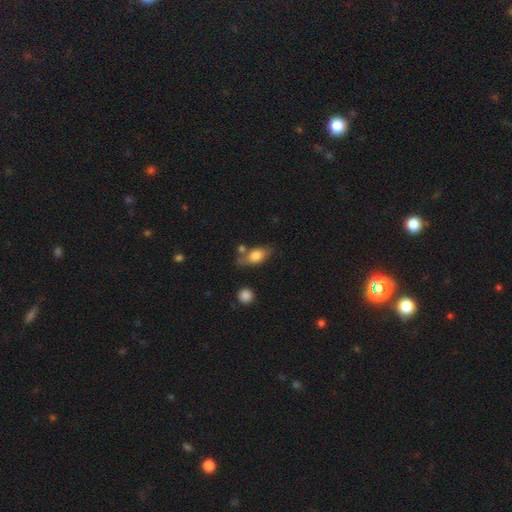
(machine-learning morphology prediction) The model was most divided on "merging": none: 60%, minor disturbance: 20%, merger: 14%, major disturbance: 6%. More confident: how rounded — in between (83%); smooth or featured — smooth (76%).